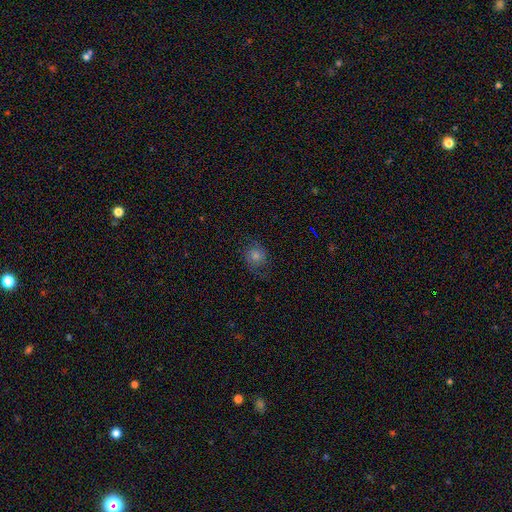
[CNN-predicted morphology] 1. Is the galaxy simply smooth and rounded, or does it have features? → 47% smooth, 36% featured or disk, 17% star or artifact.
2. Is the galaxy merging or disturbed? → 71% none, 18% minor disturbance, 10% major disturbance, 1% merger.